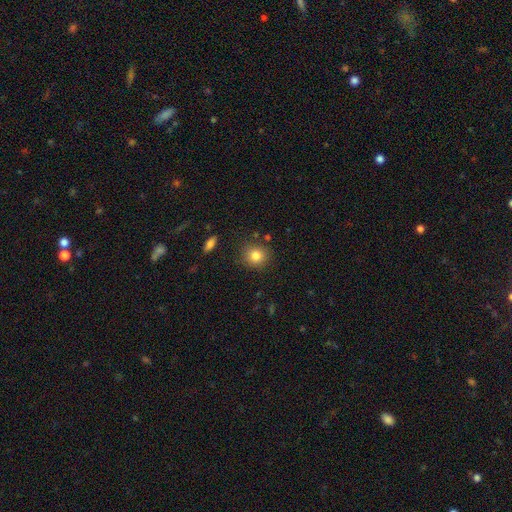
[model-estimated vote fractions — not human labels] Q: Smooth or featured?
A: smooth (82%); runner-up: star or artifact (11%)
Q: How rounded?
A: round (85%); runner-up: in between (14%)
Q: Merging?
A: none (84%); runner-up: minor disturbance (10%)